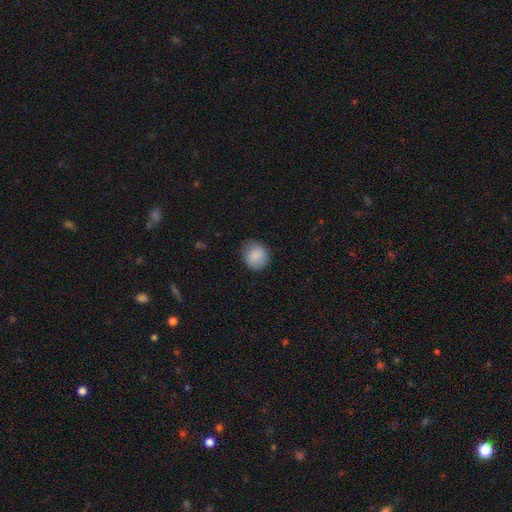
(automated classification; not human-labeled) Morphology: type=smooth (87%); roundness=round (84%); merging=none (81%).